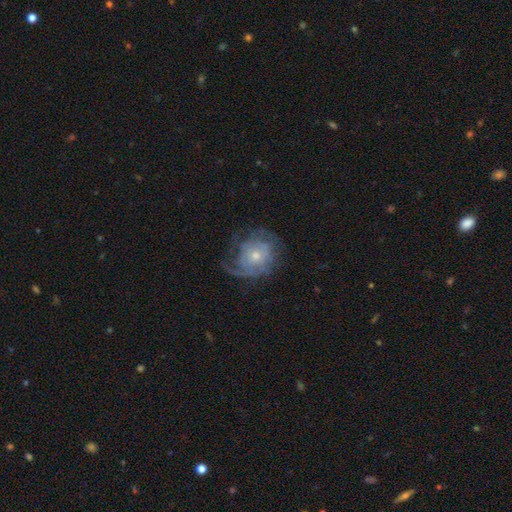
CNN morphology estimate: The model was most divided on "bulge size": small: 50%, moderate: 44%, large: 3%, none: 2%, dominant: 1%. Remaining: edge-on disk — no (97%); spiral arms — yes (83%); bar — no (81%); smooth or featured — featured or disk (73%); merging — none (55%); spiral winding — tight (49%); spiral arm count — can't tell (39%).